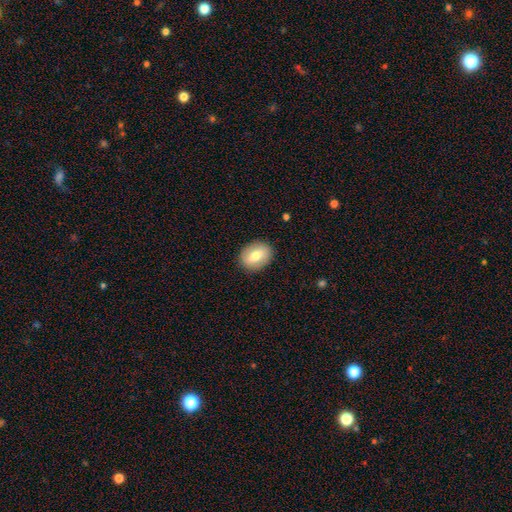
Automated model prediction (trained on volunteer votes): This is likely a smooth galaxy (70%). How rounded: likely in between (61%). Merging: clearly none (88%).